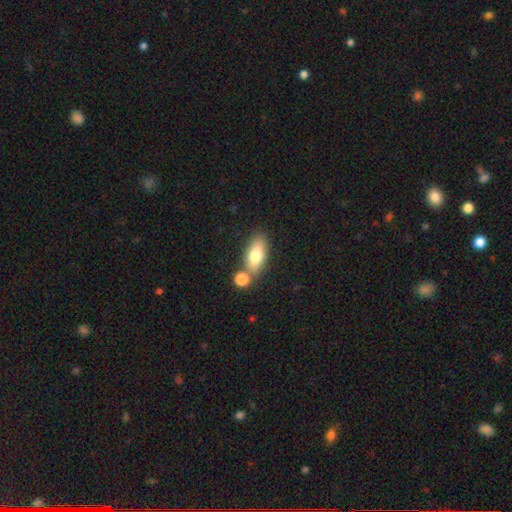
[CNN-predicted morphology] Q: Smooth or featured?
A: smooth (76%); runner-up: featured or disk (17%)
Q: How rounded?
A: in between (82%); runner-up: cigar-shaped (13%)
Q: Merging?
A: none (64%); runner-up: merger (21%)